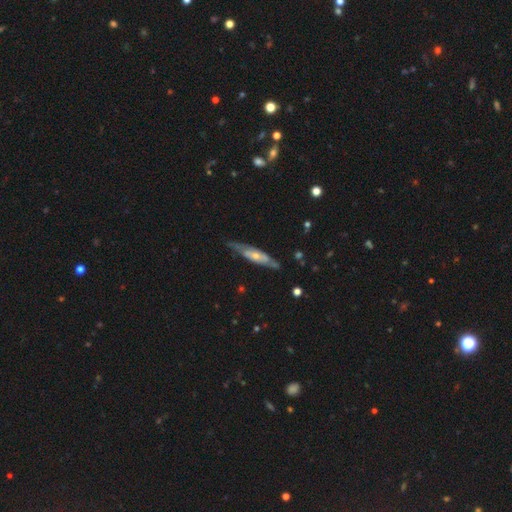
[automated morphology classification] smooth-or-featured: featured or disk: 63% | smooth: 32% | star or artifact: 5%
  disk-edge-on: yes: 55% | no: 45%
  merging: none: 65% | minor disturbance: 25% | major disturbance: 7% | merger: 3%